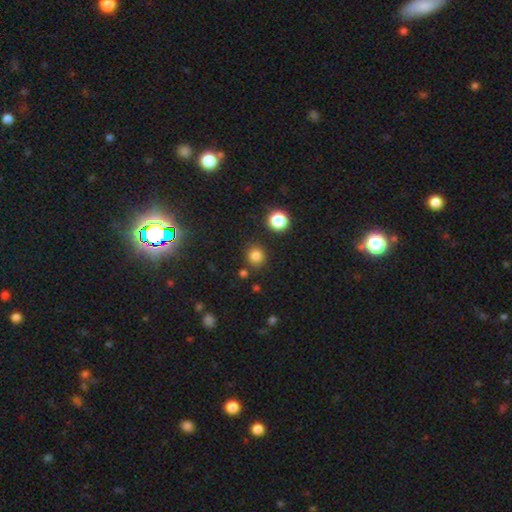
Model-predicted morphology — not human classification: Smooth or featured? smooth (81%)
How rounded? round (89%)
Merging? none (85%)